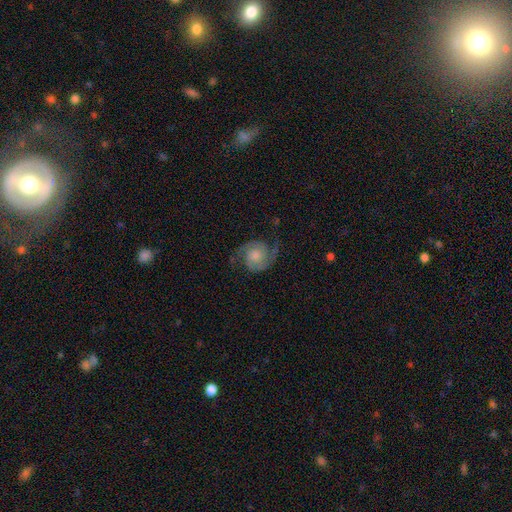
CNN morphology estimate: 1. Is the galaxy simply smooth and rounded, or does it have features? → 87% featured or disk, 8% smooth, 6% star or artifact.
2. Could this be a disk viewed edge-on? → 98% no, 2% yes.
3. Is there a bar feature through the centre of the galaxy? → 74% no, 22% weak, 4% strong.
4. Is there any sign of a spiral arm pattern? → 98% yes, 2% no.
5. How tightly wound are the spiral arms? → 51% medium, 27% tight, 22% loose.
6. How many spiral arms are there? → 94% 2, 2% can't tell, 1% 1, 1% 3, 1% 4, 1% more than 4.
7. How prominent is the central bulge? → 36% moderate, 32% small, 17% none, 12% large, 3% dominant.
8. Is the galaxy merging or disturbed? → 77% none, 14% minor disturbance, 7% major disturbance, 1% merger.